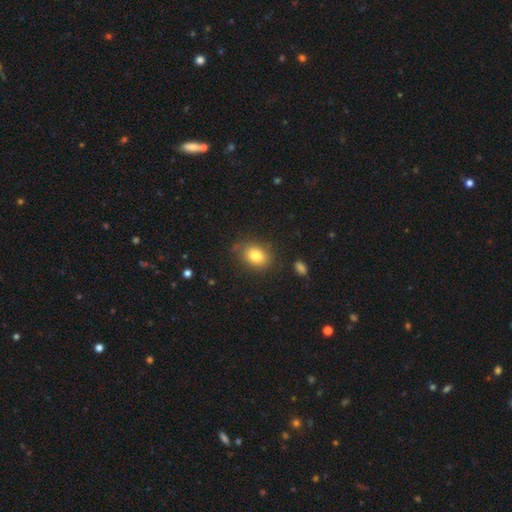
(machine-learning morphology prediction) smooth-or-featured: smooth: 80% | featured or disk: 10% | star or artifact: 10%
  how-rounded: in between: 65% | round: 34% | cigar-shaped: 1%
  merging: none: 78% | minor disturbance: 16% | major disturbance: 4% | merger: 2%